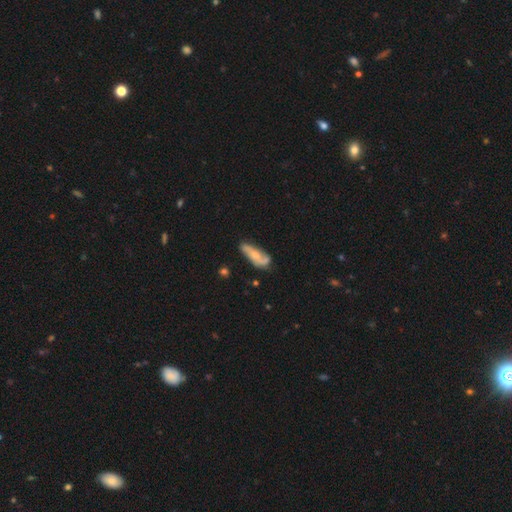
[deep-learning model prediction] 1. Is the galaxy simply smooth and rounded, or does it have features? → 55% featured or disk, 38% smooth, 7% star or artifact.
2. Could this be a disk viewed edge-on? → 84% no, 16% yes.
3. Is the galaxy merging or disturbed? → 57% none, 27% minor disturbance, 10% major disturbance, 5% merger.